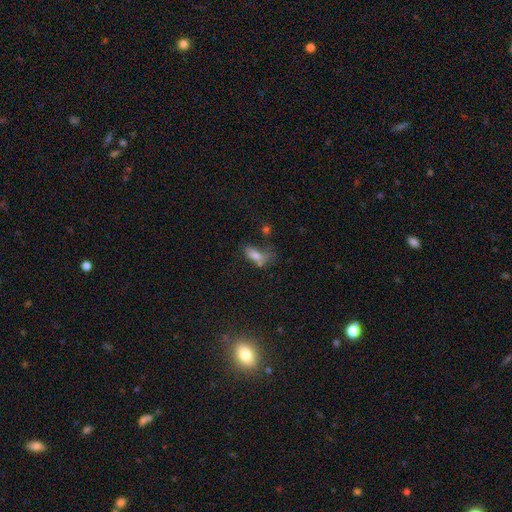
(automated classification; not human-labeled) smooth_or_featured: smooth (p=0.68) [alt: featured or disk p=0.18]
how_rounded: in between (p=0.82) [alt: round p=0.09]
merging: none (p=0.27) [tied with: major disturbance p=0.27]